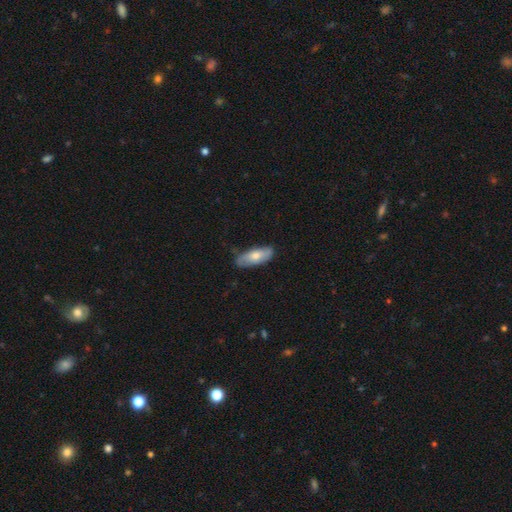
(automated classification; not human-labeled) This appears to be a smooth galaxy with no disk features (64%) that is in between round and cigar-shaped (69%). Merging: none (76%).